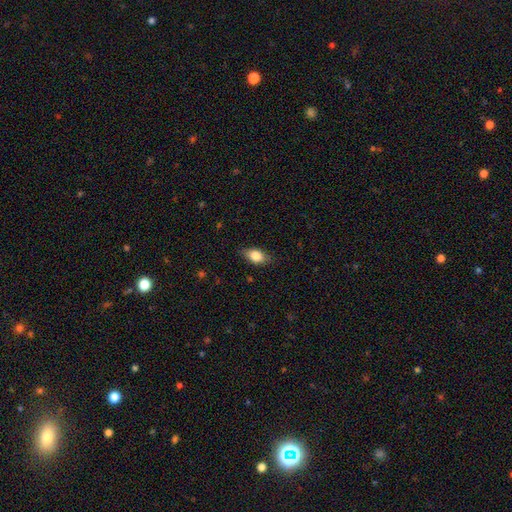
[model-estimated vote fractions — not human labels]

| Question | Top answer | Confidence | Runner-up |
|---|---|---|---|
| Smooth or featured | smooth | 81% | featured or disk (12%) |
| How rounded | in between | 85% | round (10%) |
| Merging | none | 79% | minor disturbance (17%) |